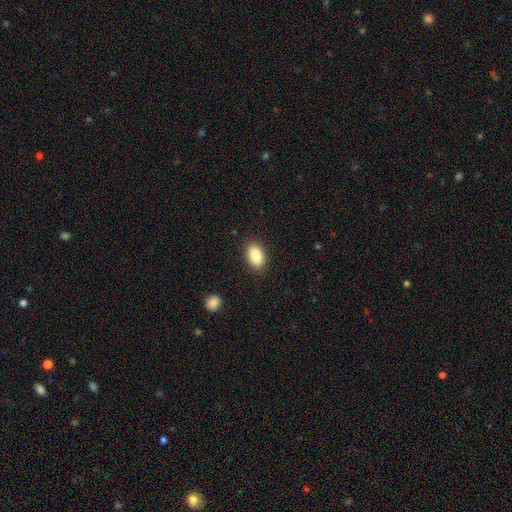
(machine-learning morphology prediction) smooth-or-featured: smooth: 89% | star or artifact: 7% | featured or disk: 4%
  how-rounded: in between: 91% | round: 6% | cigar-shaped: 2%
  merging: none: 88% | minor disturbance: 8% | major disturbance: 2% | merger: 1%